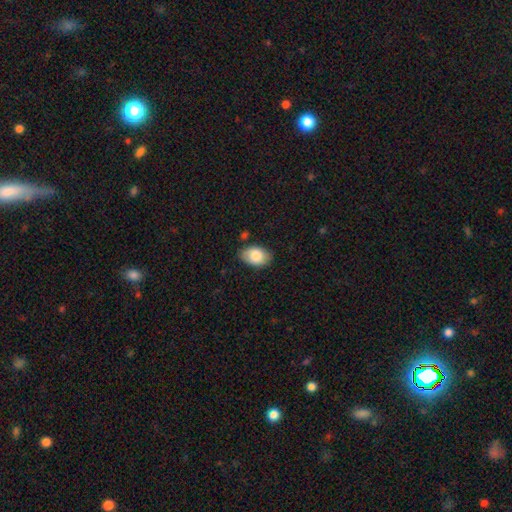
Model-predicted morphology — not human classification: This is clearly a smooth galaxy (83%). How rounded: clearly in between (88%). Merging: likely none (80%).